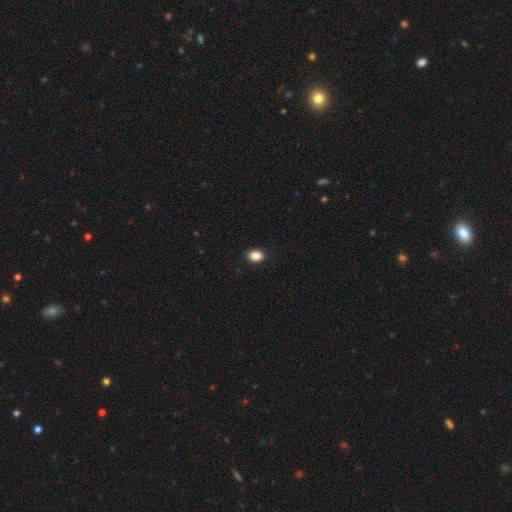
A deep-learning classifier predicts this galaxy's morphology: A smooth galaxy with no disk features (87%) that is in between round and cigar-shaped (69%). Merging: none (90%).